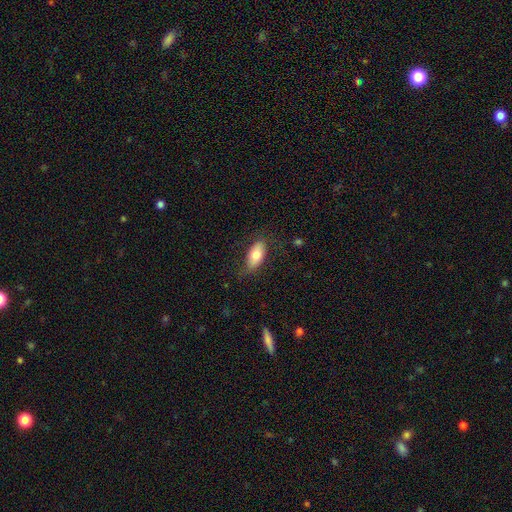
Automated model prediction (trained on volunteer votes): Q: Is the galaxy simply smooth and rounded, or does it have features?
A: smooth — 73%.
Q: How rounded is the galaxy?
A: in between — 87%.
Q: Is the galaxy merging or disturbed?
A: none — 74%.